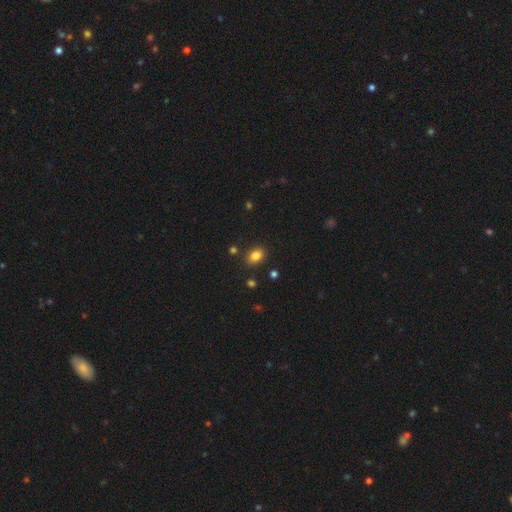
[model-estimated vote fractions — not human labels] Q: Smooth or featured?
A: smooth (83%); runner-up: star or artifact (11%)
Q: How rounded?
A: in between (71%); runner-up: round (28%)
Q: Merging?
A: none (84%); runner-up: minor disturbance (10%)